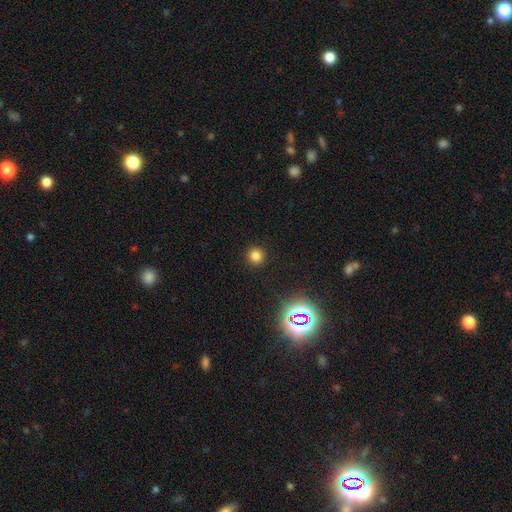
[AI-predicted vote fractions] smooth-or-featured: smooth: 77% | star or artifact: 18% | featured or disk: 4%
  how-rounded: round: 94% | in between: 5% | cigar-shaped: 1%
  merging: none: 92% | minor disturbance: 5% | major disturbance: 2% | merger: 1%